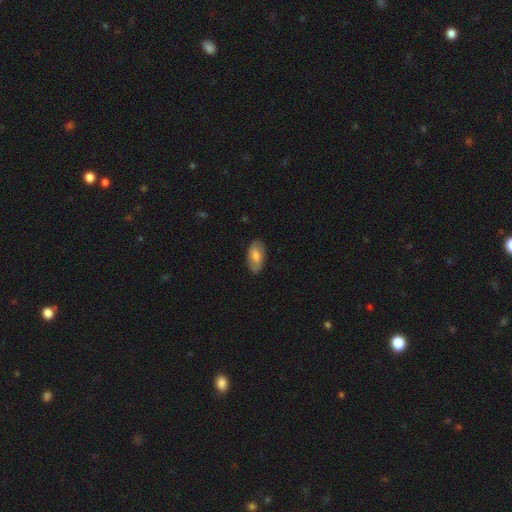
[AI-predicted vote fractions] Smooth or featured?
  - smooth: 64% *
  - featured or disk: 30%
  - star or artifact: 6%
How rounded?
  - in between: 93% *
  - cigar-shaped: 4%
  - round: 3%
Merging?
  - none: 84% *
  - minor disturbance: 12%
  - major disturbance: 3%
  - merger: 1%